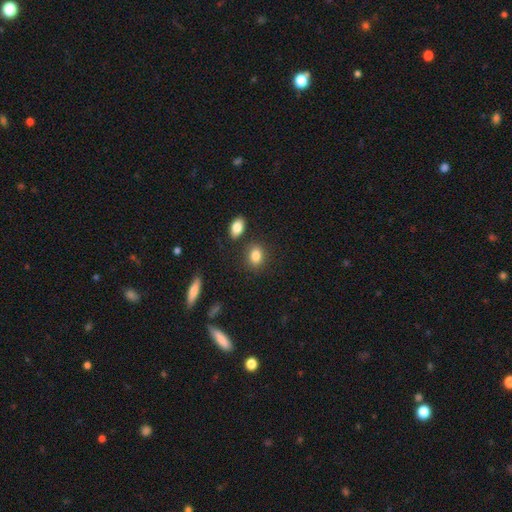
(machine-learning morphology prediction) smooth-or-featured: smooth: 85% | star or artifact: 9% | featured or disk: 6%
  how-rounded: in between: 61% | round: 37% | cigar-shaped: 2%
  merging: none: 81% | minor disturbance: 10% | merger: 6% | major disturbance: 3%